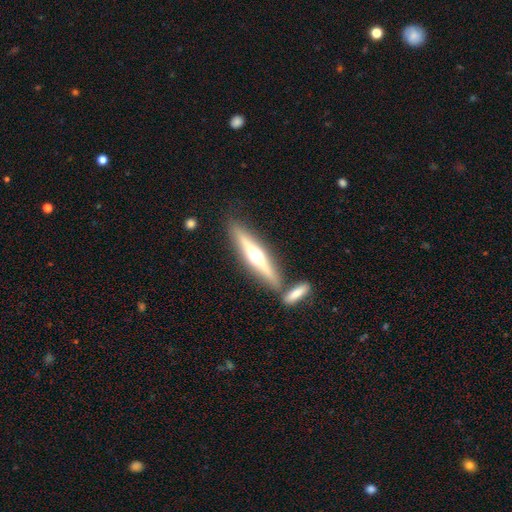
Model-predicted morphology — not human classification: Smooth or featured: featured or disk — 71% (smooth — 23%)
Edge-on disk: yes — 96% (no — 4%)
Edge-on bulge: rounded — 94% (boxy — 3%)
Merging: none — 74% (merger — 15%)